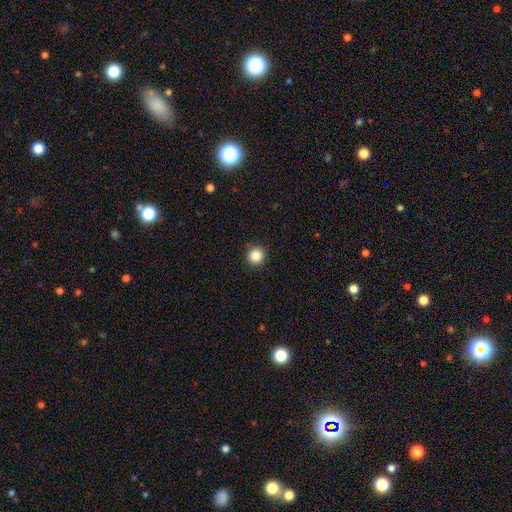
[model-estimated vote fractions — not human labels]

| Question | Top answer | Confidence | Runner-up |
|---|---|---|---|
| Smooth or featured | smooth | 86% | star or artifact (11%) |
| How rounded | round | 94% | in between (5%) |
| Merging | none | 92% | minor disturbance (6%) |